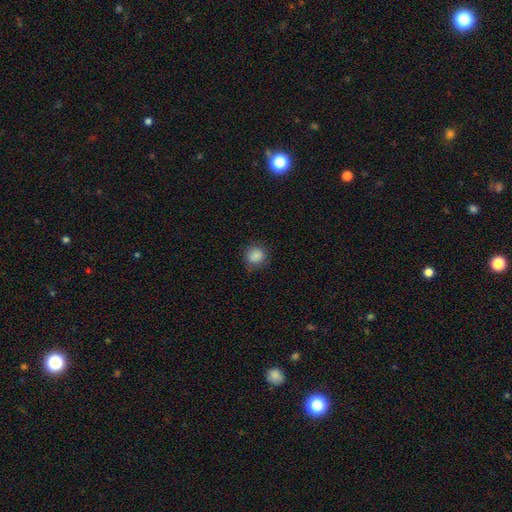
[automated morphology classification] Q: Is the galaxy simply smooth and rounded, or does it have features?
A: smooth — 87%.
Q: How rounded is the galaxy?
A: round — 76%.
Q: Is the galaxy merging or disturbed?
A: none — 77%.